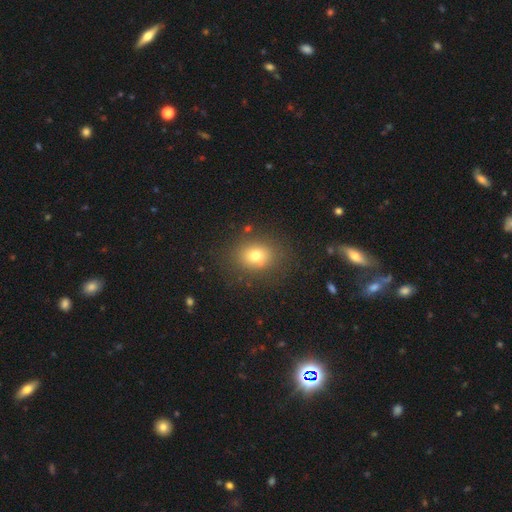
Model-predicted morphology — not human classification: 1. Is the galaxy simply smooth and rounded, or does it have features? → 75% smooth, 14% star or artifact, 12% featured or disk.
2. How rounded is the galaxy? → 56% round, 43% in between, 1% cigar-shaped.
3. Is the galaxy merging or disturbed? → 83% none, 11% minor disturbance, 5% major disturbance, 2% merger.